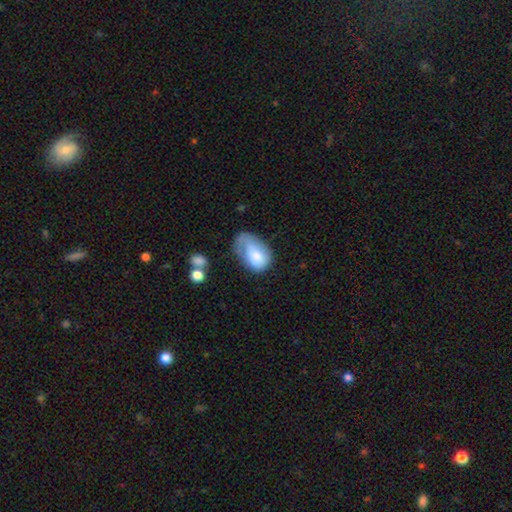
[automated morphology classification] Q: Smooth or featured?
A: smooth (70%); runner-up: featured or disk (23%)
Q: How rounded?
A: in between (87%); runner-up: round (11%)
Q: Merging?
A: major disturbance (37%); runner-up: minor disturbance (35%)